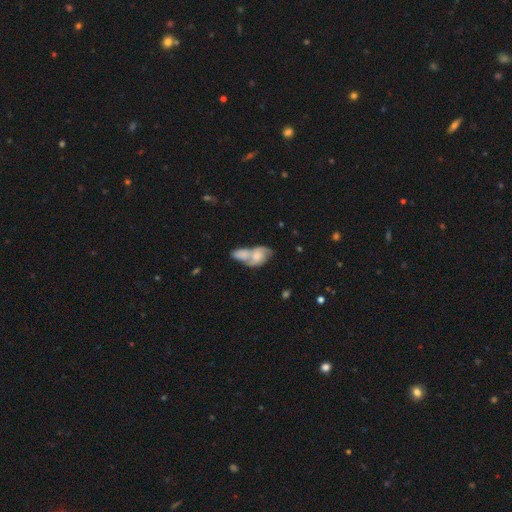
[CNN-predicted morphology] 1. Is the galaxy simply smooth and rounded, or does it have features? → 52% featured or disk, 41% smooth, 8% star or artifact.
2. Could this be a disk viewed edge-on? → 95% no, 5% yes.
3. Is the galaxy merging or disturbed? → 70% merger, 15% none, 8% minor disturbance, 7% major disturbance.